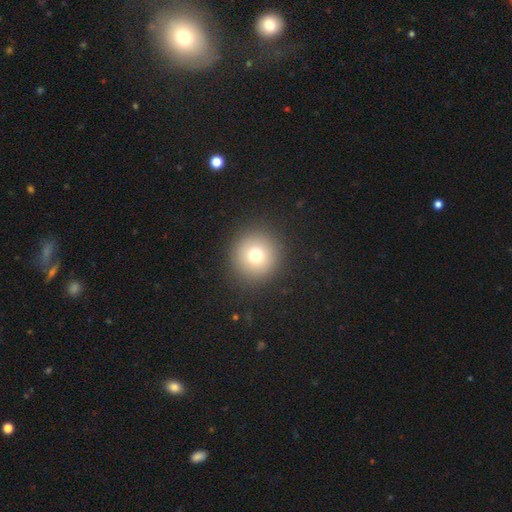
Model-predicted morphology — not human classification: Q: Smooth or featured?
A: smooth (74%); runner-up: star or artifact (14%)
Q: How rounded?
A: round (95%); runner-up: in between (4%)
Q: Merging?
A: none (91%); runner-up: minor disturbance (5%)